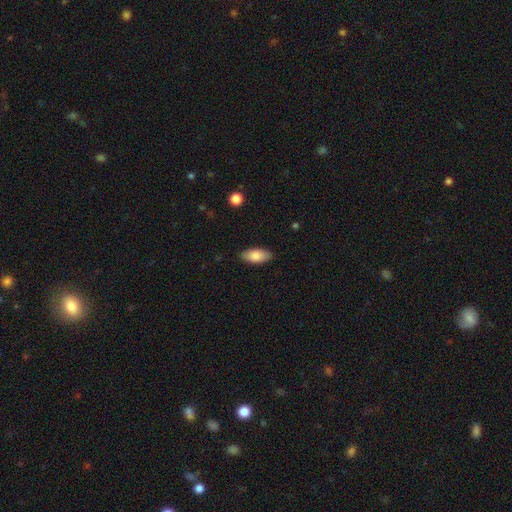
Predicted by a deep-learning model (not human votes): This is clearly a smooth galaxy (84%). How rounded: clearly in between (90%). Merging: clearly none (87%).